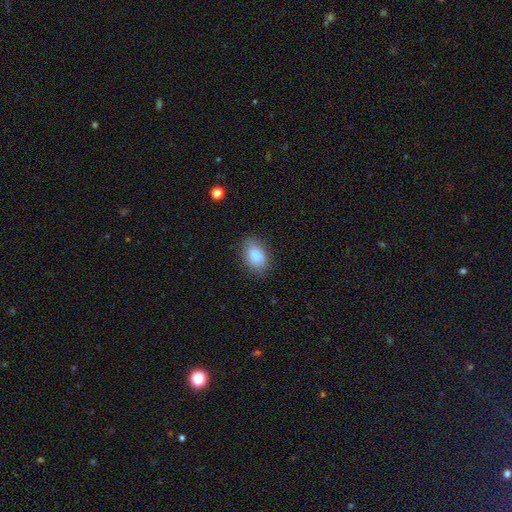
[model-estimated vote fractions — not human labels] This is clearly a smooth galaxy (88%). How rounded: clearly in between (89%). Merging: clearly none (82%).